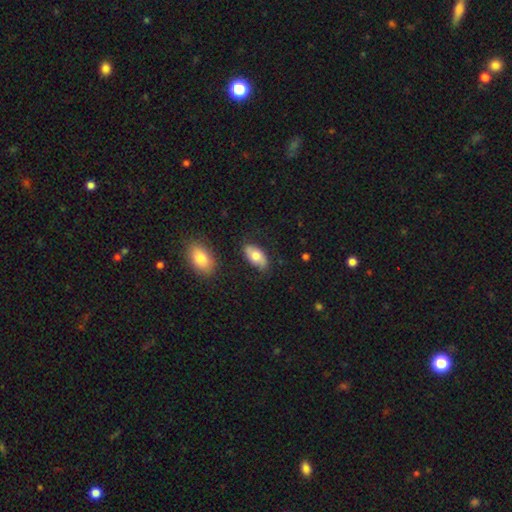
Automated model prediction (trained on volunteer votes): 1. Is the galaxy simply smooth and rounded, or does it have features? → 67% smooth, 26% featured or disk, 6% star or artifact.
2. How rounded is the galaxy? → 93% in between, 4% round, 3% cigar-shaped.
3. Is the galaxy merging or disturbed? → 76% none, 17% minor disturbance, 4% major disturbance, 3% merger.